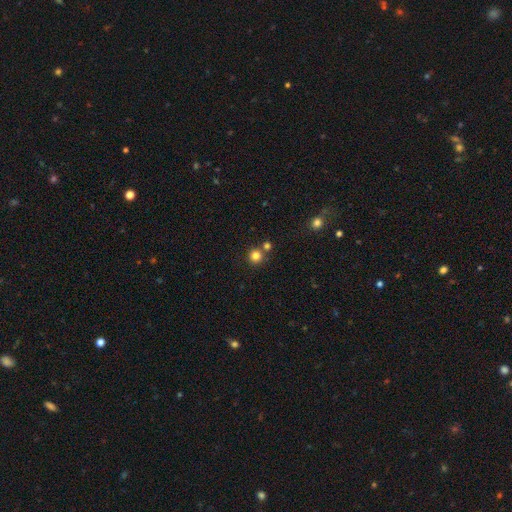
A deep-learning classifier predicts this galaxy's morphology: This appears to be a smooth galaxy with no disk features (81%) that is round (94%). Merging: none (72%).